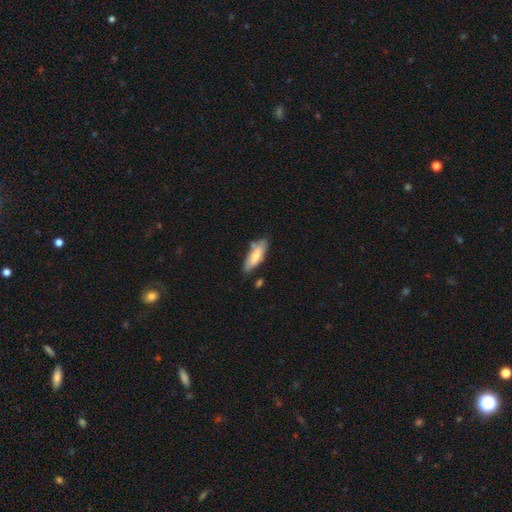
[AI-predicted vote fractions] smooth_or_featured: smooth (p=0.71) [alt: featured or disk p=0.23]
how_rounded: in between (p=0.61) [alt: cigar-shaped p=0.37]
merging: none (p=0.68) [alt: minor disturbance p=0.20]